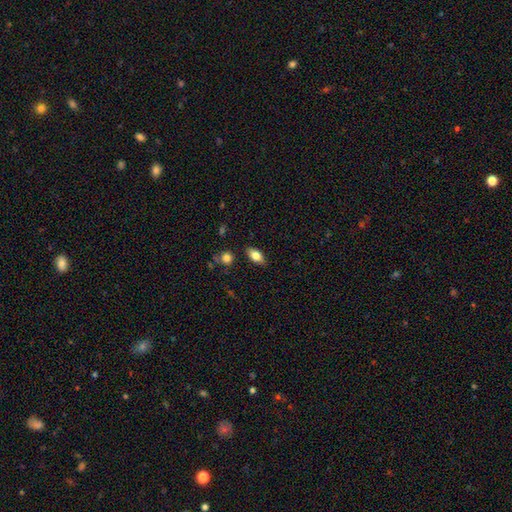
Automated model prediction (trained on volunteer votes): Overall: smooth (78%). How rounded: in between (87%). Merging: none (84%).